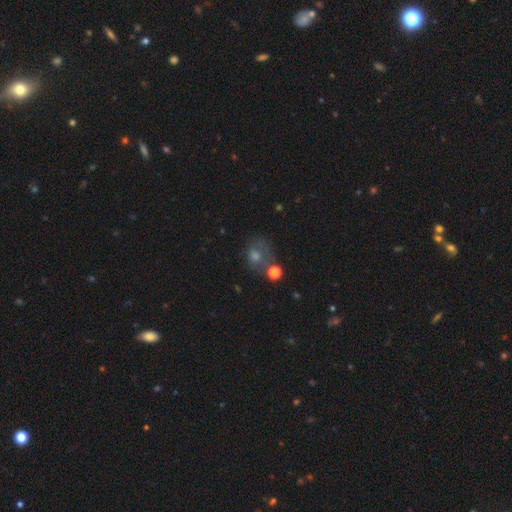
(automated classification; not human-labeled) A smooth galaxy with no disk features (52%) that is round (54%). Merging: none (47%).